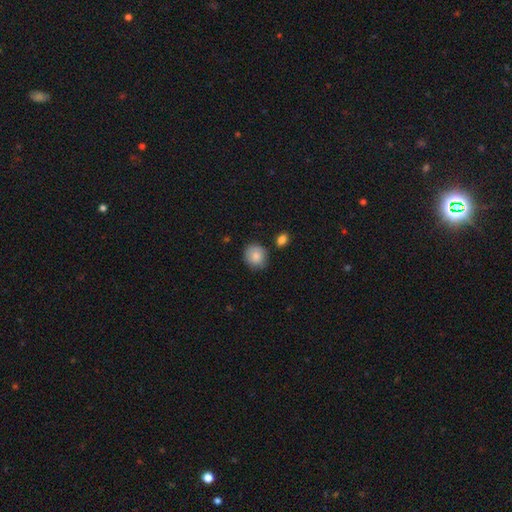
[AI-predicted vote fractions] The model was most divided on "merging": none: 78%, minor disturbance: 15%, merger: 4%, major disturbance: 3%. More confident: smooth or featured — smooth (85%); how rounded — round (81%).